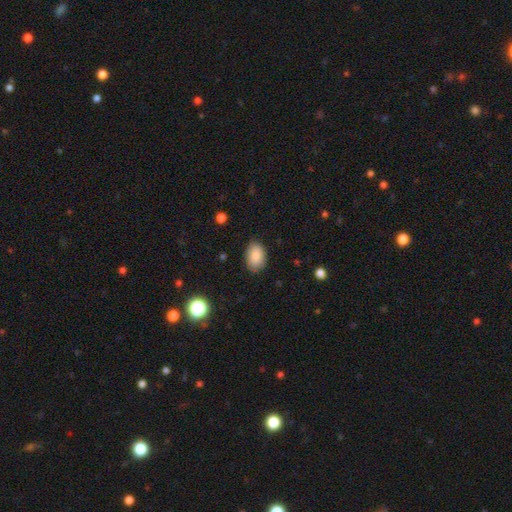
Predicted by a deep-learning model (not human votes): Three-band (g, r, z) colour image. It shows a smooth galaxy with no disk features (86%) that is in between round and cigar-shaped (88%). Merging: none (81%).